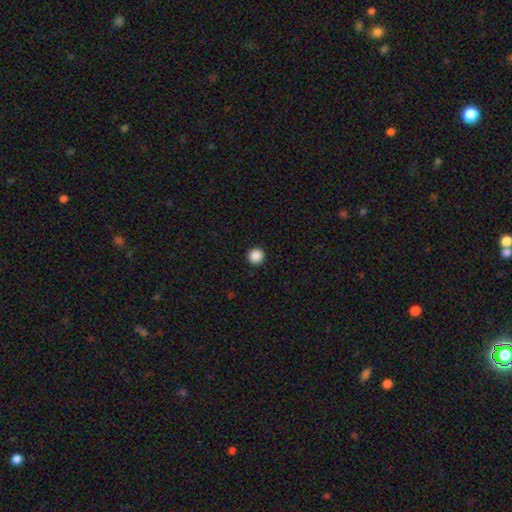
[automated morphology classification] type=smooth (88%); roundness=round (96%); merging=none (93%).